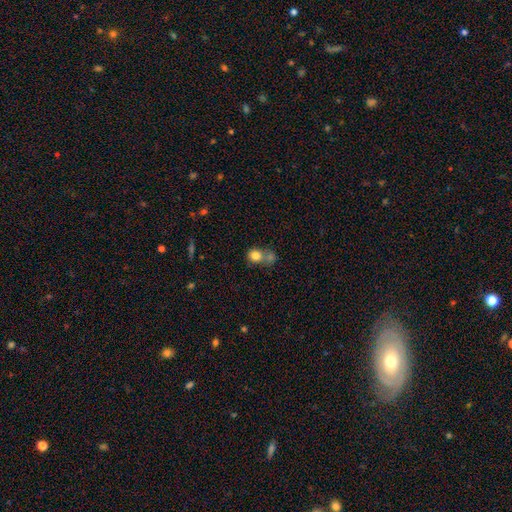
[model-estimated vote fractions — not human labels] The model was most divided on "merging": merger: 49%, none: 35%, minor disturbance: 10%, major disturbance: 5%. More confident: smooth or featured — smooth (80%); how rounded — round (73%).